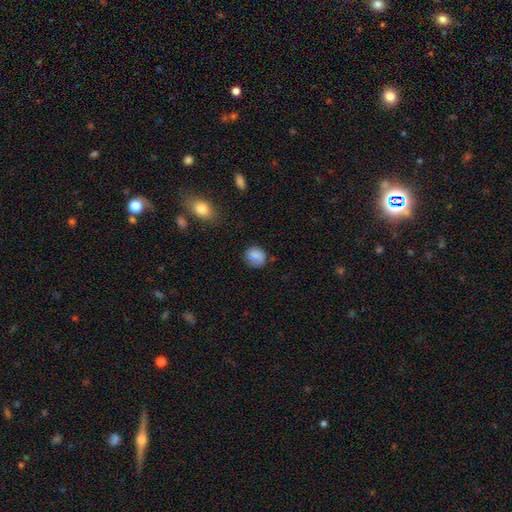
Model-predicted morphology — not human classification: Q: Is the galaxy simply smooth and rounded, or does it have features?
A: smooth — 83%.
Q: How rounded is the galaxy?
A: round — 71%.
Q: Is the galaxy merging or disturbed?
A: none — 67%.